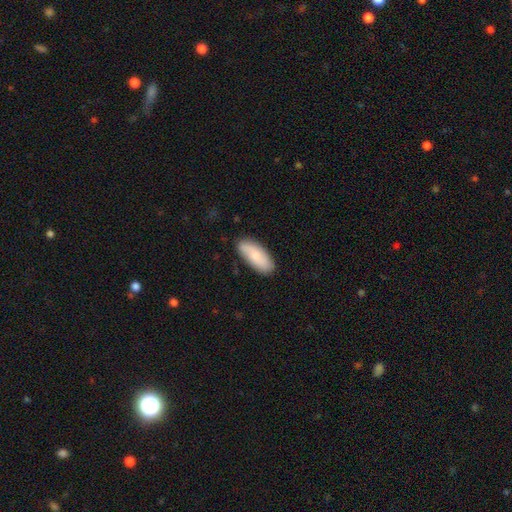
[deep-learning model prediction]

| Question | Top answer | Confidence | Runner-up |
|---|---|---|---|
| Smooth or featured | smooth | 77% | featured or disk (18%) |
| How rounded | in between | 82% | cigar-shaped (16%) |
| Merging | none | 83% | minor disturbance (13%) |